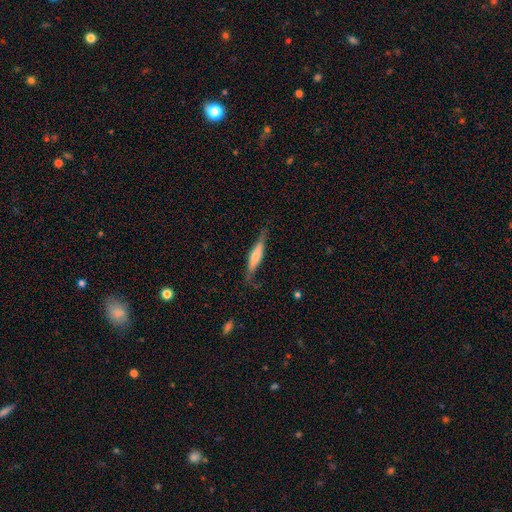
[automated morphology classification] featured or disk 48%, smooth 46%, star or artifact 6%. Down the decision tree: merging — none (68%).